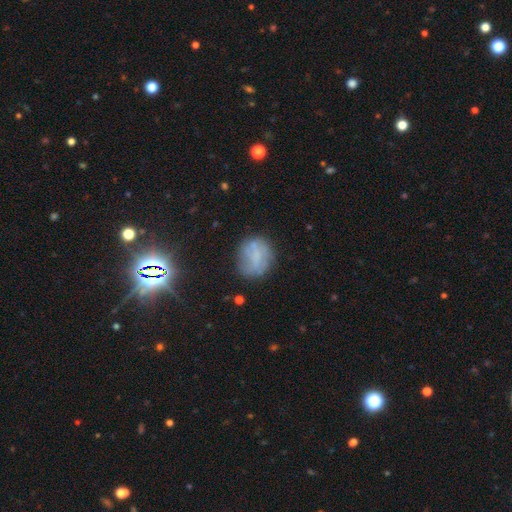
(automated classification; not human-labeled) Smooth or featured: smooth — 50% (featured or disk — 35%)
How rounded: round — 60% (in between — 39%)
Merging: none — 63% (minor disturbance — 22%)